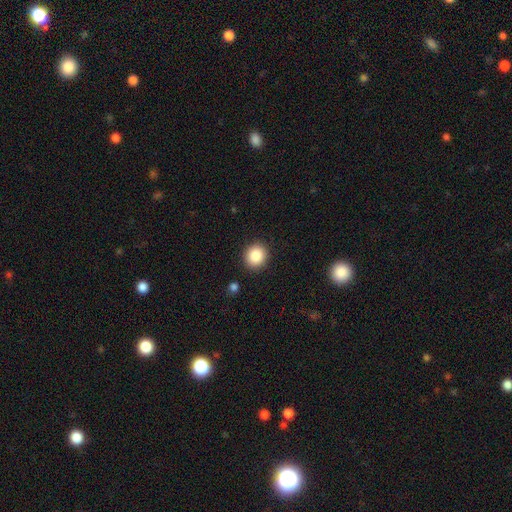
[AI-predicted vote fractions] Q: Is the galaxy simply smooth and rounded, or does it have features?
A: smooth — 87%.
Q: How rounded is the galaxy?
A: round — 81%.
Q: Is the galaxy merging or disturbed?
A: none — 89%.